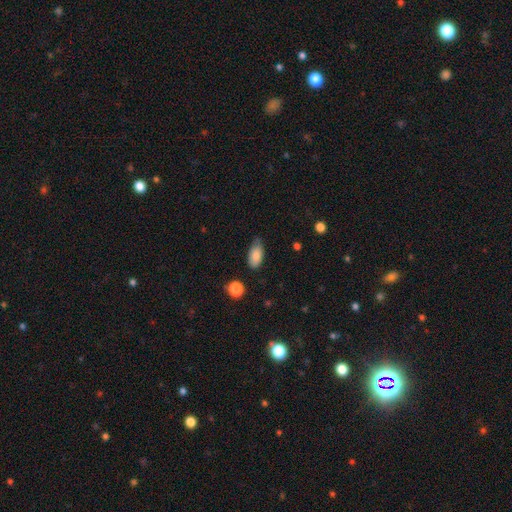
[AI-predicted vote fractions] The model was most divided on "merging": none: 65%, minor disturbance: 28%, major disturbance: 5%, merger: 2%. More confident: how rounded — in between (92%); smooth or featured — smooth (85%).